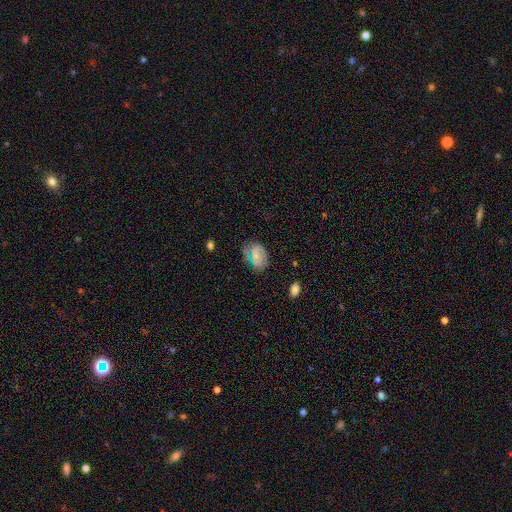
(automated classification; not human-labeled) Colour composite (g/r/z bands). It shows a smooth galaxy with no disk features (64%) that is in between round and cigar-shaped (76%). Merging: none (62%).